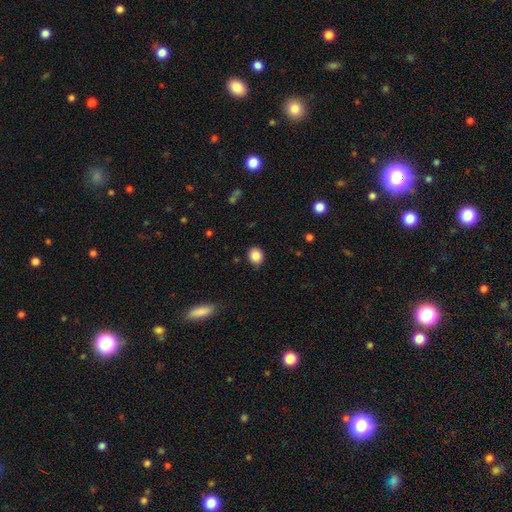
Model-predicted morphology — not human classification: The model was most divided on "how rounded": round: 68%, in between: 31%, cigar-shaped: 1%. More confident: smooth or featured — smooth (87%); merging — none (86%).